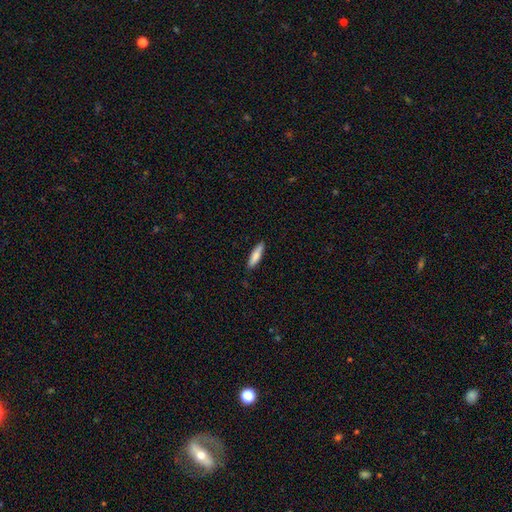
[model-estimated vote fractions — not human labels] Smooth or featured? smooth (81%)
How rounded? cigar-shaped (72%)
Merging? none (86%)